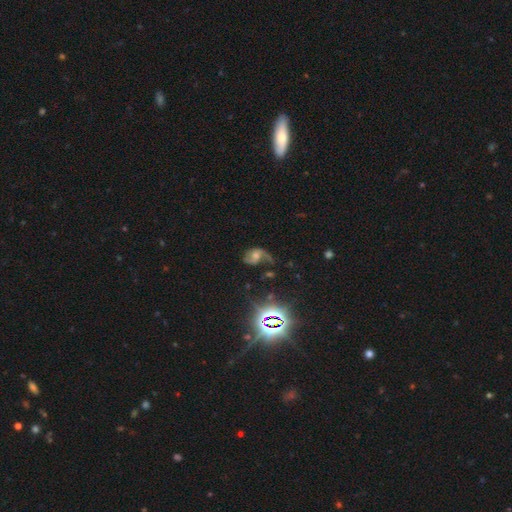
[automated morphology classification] Smooth or featured?
  - featured or disk: 62% *
  - star or artifact: 25%
  - smooth: 13%
Edge-on disk?
  - no: 96% *
  - yes: 4%
Bar?
  - no: 61% *
  - weak: 29%
  - strong: 10%
Spiral arms?
  - yes: 90% *
  - no: 10%
Spiral winding?
  - loose: 45% *
  - medium: 40%
  - tight: 15%
Spiral arm count?
  - 2: 66% *
  - 1: 22%
  - can't tell: 7%
  - 3: 2%
  - 4: 1%
  - more than 4: 1%
Bulge size?
  - moderate: 51% *
  - small: 31%
  - large: 8%
  - none: 7%
  - dominant: 2%
Merging?
  - none: 48% *
  - major disturbance: 26%
  - minor disturbance: 21%
  - merger: 5%